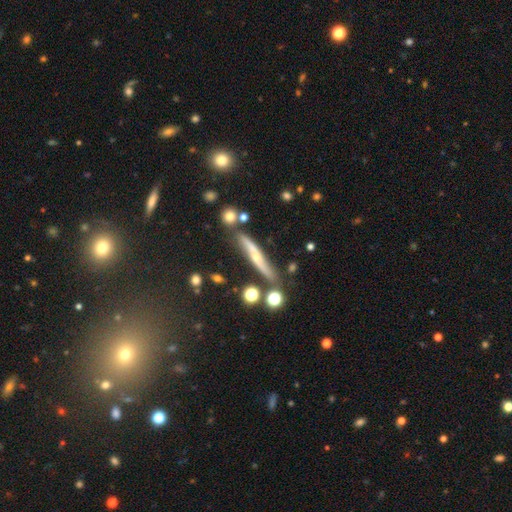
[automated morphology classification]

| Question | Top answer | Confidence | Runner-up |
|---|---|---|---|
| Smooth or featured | featured or disk | 58% | smooth (33%) |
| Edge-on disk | yes | 84% | no (16%) |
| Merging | none | 71% | minor disturbance (17%) |